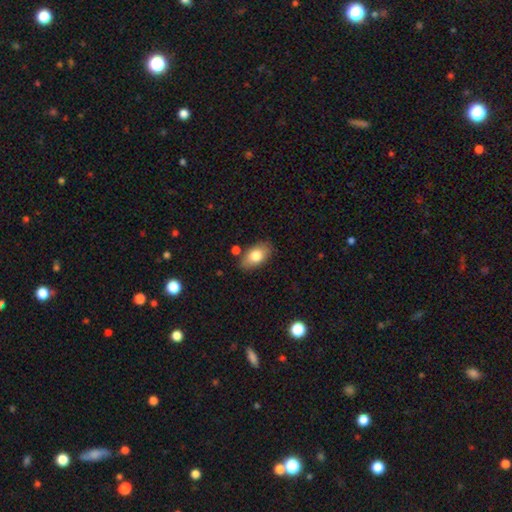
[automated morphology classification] type=smooth (77%); roundness=in between (91%); merging=none (79%).